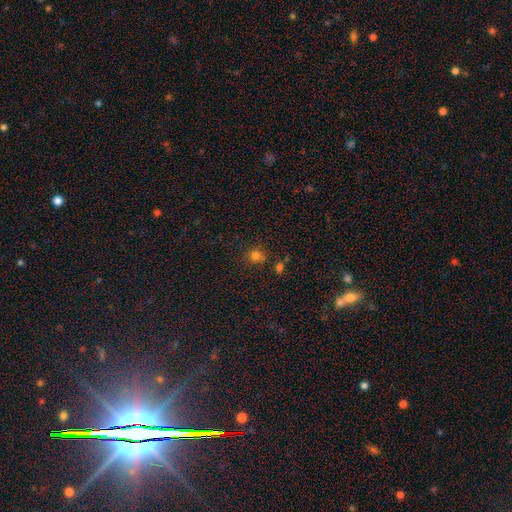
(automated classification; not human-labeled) Overall: smooth (76%). How rounded: round (80%). Merging: none (71%).